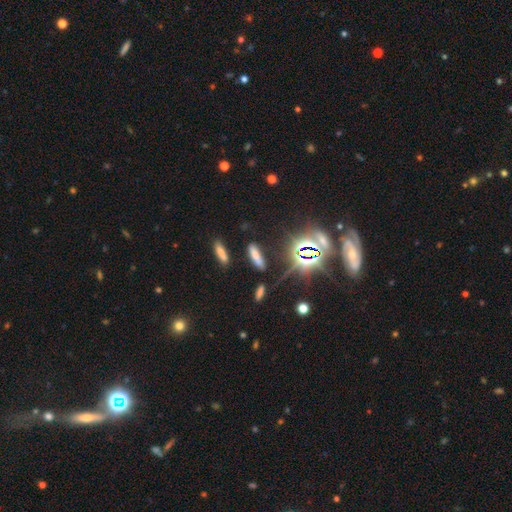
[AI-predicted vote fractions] A smooth galaxy with no disk features (63%) that is cigar-shaped (67%). Merging: none (78%).